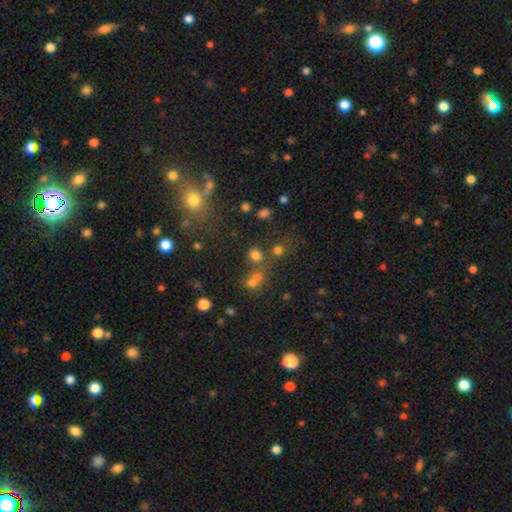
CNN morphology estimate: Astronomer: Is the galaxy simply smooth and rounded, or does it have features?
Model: smooth — 70%.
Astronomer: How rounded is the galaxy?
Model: round — 77%.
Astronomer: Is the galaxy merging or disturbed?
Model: none — 63%.